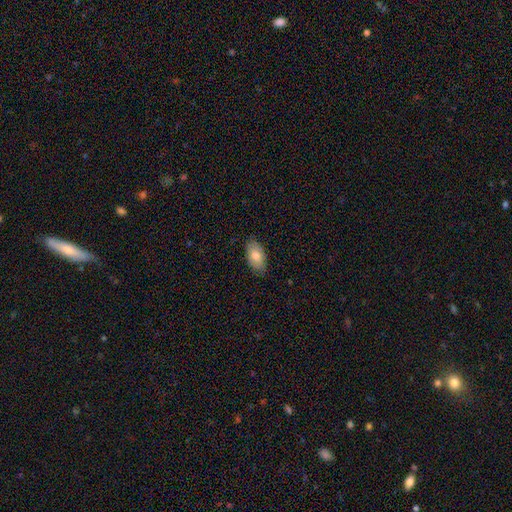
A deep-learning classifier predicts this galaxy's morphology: type=smooth (78%); roundness=in between (94%); merging=none (84%).